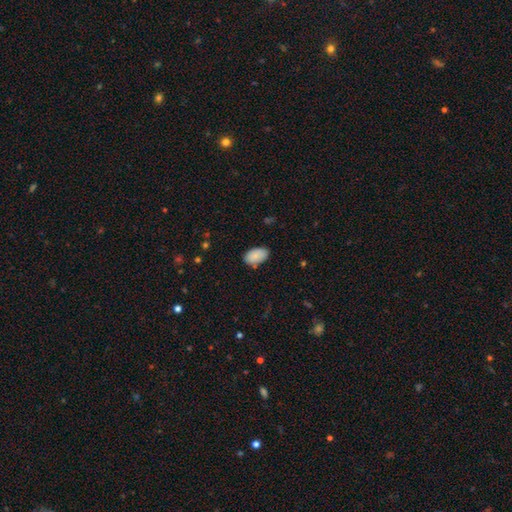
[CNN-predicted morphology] The model was most divided on "merging": none: 80%, minor disturbance: 15%, major disturbance: 3%, merger: 2%. More confident: how rounded — in between (94%); smooth or featured — smooth (86%).